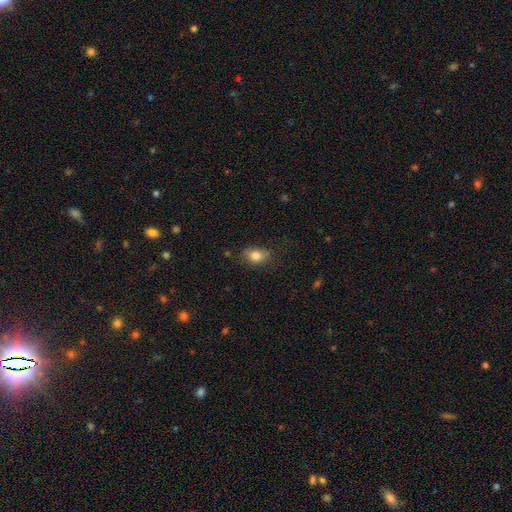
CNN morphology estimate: This appears to be a smooth galaxy with no disk features (83%) that is in between round and cigar-shaped (73%). Merging: none (77%).